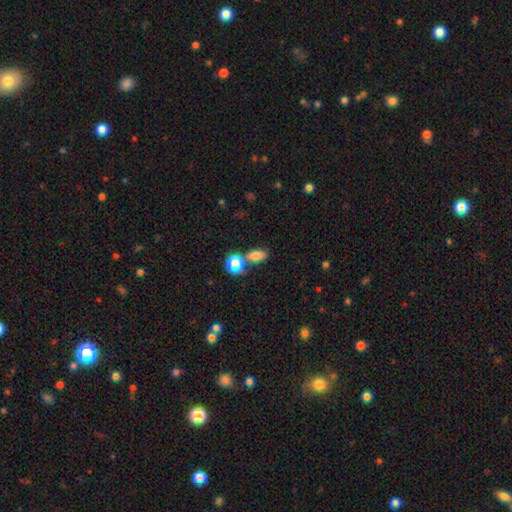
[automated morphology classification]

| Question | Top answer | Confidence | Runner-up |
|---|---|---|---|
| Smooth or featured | smooth | 81% | star or artifact (11%) |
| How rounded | in between | 78% | round (19%) |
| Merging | none | 54% | merger (29%) |